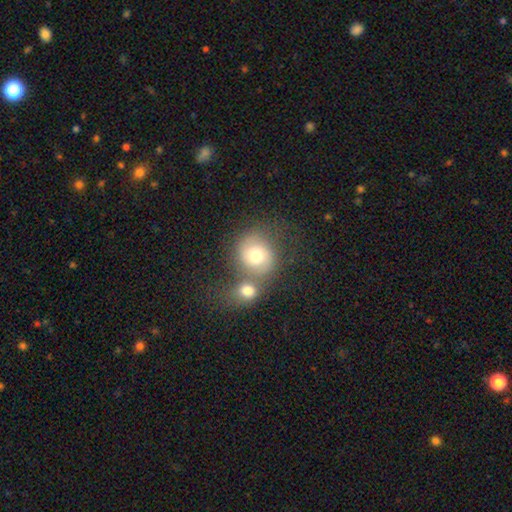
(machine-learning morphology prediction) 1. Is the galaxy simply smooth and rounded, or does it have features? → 60% smooth, 30% featured or disk, 10% star or artifact.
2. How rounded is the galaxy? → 78% round, 21% in between, 1% cigar-shaped.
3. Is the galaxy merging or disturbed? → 46% merger, 37% none, 10% minor disturbance, 7% major disturbance.